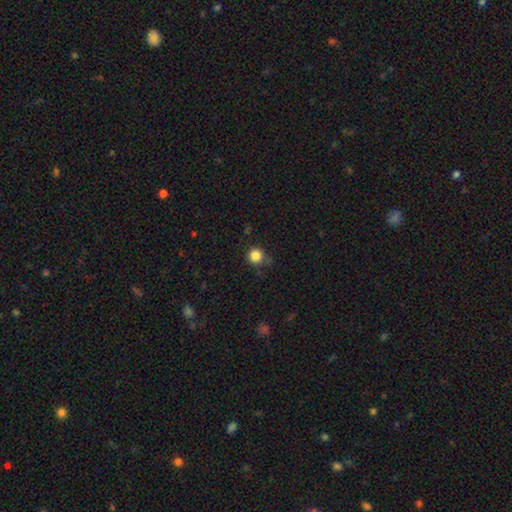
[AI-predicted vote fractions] Smooth or featured: smooth — 85% (star or artifact — 11%)
How rounded: round — 94% (in between — 5%)
Merging: none — 80% (minor disturbance — 15%)